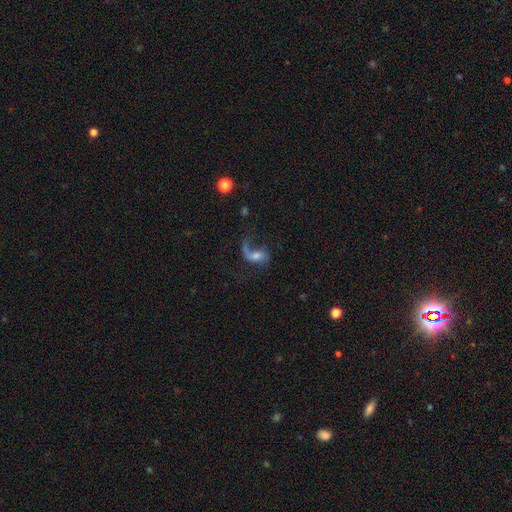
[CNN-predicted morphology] This appears to be a featured or disk galaxy (69%) with no bar (52%), 1 (55%) loose (77%) spiral arms (87%) and a moderate central bulge (47%). Merging: major disturbance (40%).